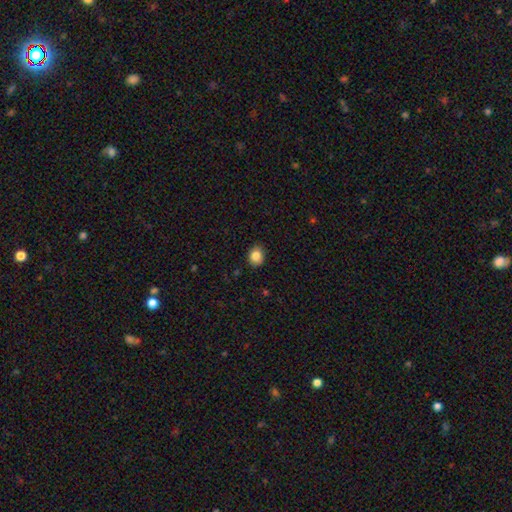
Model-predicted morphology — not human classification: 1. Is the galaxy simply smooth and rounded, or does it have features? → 84% smooth, 10% star or artifact, 7% featured or disk.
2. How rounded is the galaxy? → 50% round, 49% in between, 1% cigar-shaped.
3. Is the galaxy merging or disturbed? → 87% none, 10% minor disturbance, 2% major disturbance, 1% merger.